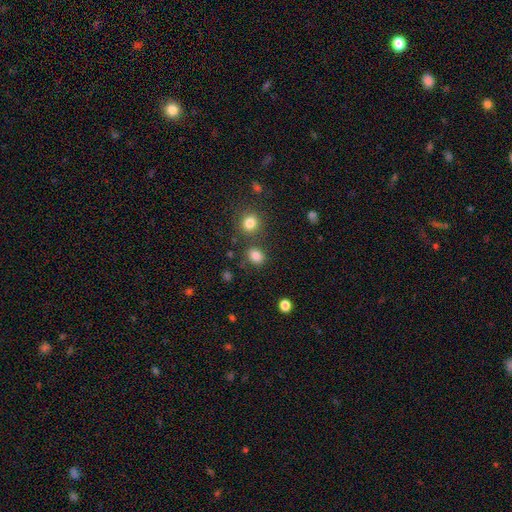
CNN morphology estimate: Overall: smooth (83%). How rounded: round (55%; in between 44%). Merging: none (75%).